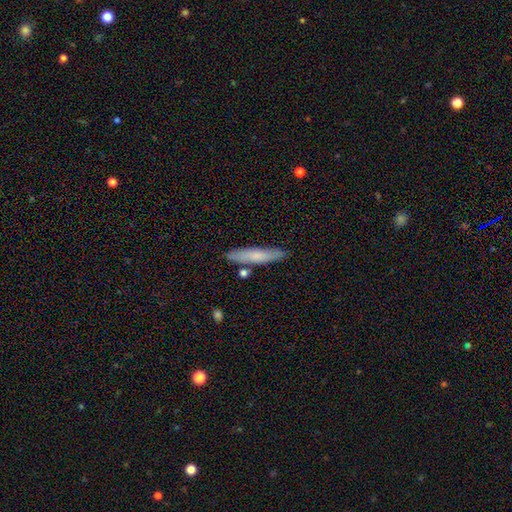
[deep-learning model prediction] smooth 67%, featured or disk 27%, star or artifact 6%. Down the decision tree: how rounded — cigar-shaped (89%); merging — none (82%).